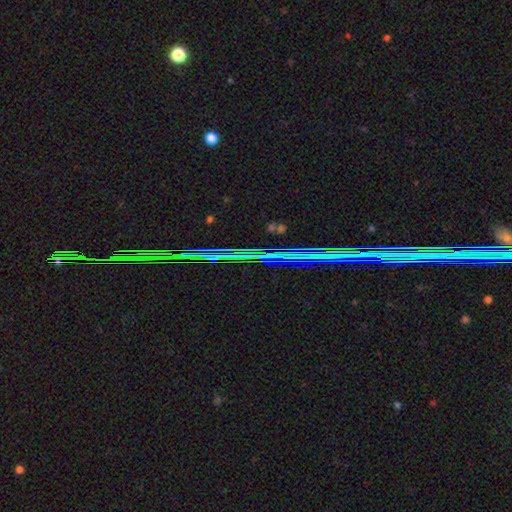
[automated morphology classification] smooth_or_featured: star or artifact (p=0.87) [alt: featured or disk p=0.07]